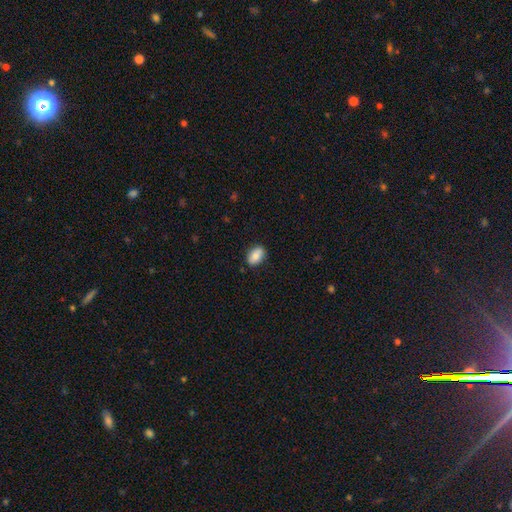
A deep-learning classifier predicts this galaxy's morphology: Overall: smooth (81%). How rounded: in between (87%). Merging: none (86%).